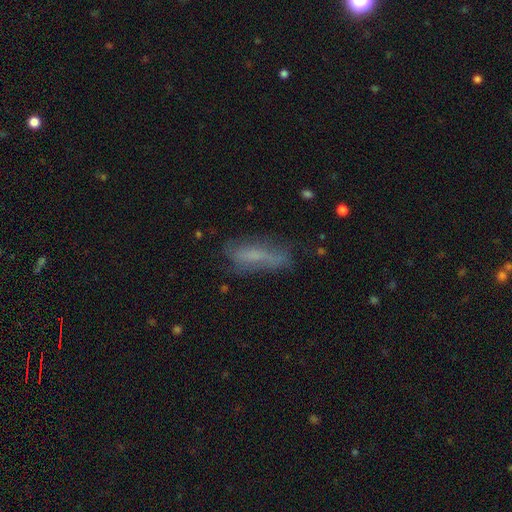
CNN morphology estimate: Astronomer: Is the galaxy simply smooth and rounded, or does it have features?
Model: smooth — 56% (runner-up: featured or disk, 33%).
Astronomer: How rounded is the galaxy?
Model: cigar-shaped — 59% (runner-up: in between, 39%).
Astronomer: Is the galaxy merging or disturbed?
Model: none — 56%.